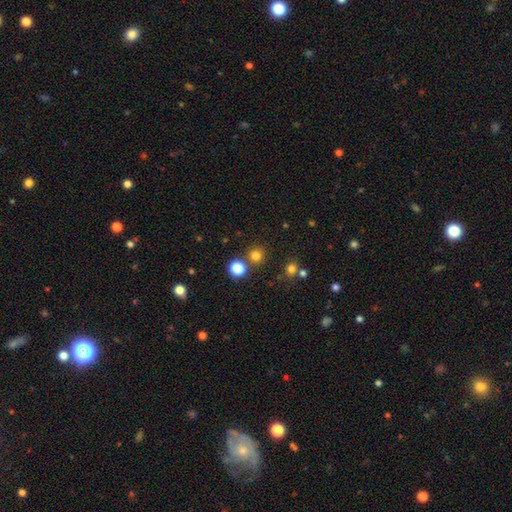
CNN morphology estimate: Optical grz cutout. It shows a smooth galaxy with no disk features (76%) that is round (94%). Merging: none (81%).